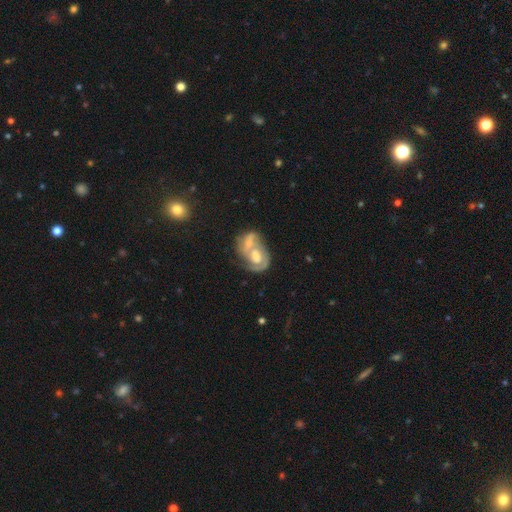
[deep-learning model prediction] Smooth or featured? featured or disk (73%)
Edge-on disk? no (97%)
Bar? no (59%)
Spiral arms? yes (76%)
Spiral winding? medium (43%)
Spiral arm count? 2 (63%)
Bulge size? moderate (52%)
Merging? merger (54%)